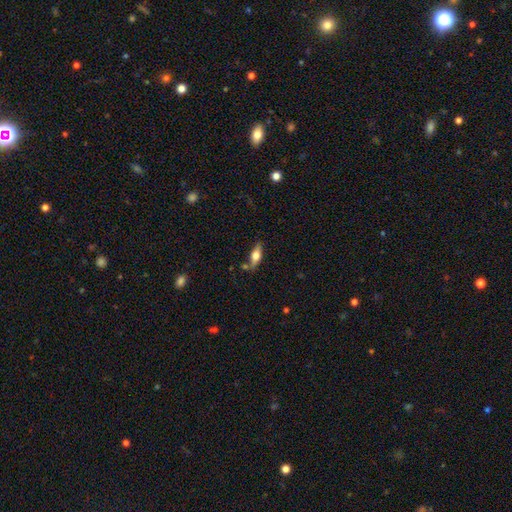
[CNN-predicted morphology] smooth_or_featured: smooth (p=0.52) [alt: featured or disk p=0.41]
how_rounded: in between (p=0.63) [alt: cigar-shaped p=0.33]
merging: none (p=0.71) [alt: minor disturbance p=0.17]